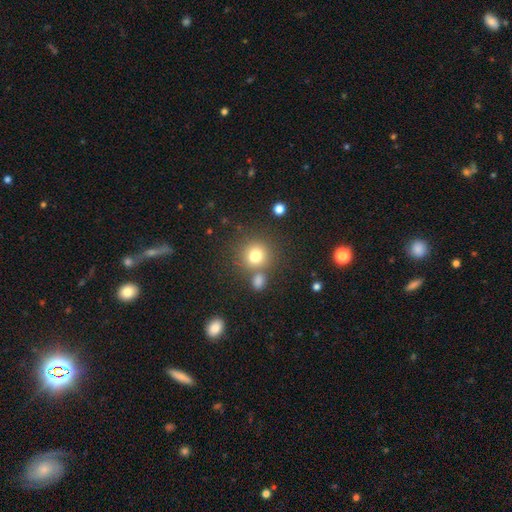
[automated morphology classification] Smooth or featured?
  - smooth: 78% *
  - star or artifact: 13%
  - featured or disk: 9%
How rounded?
  - round: 86% *
  - in between: 13%
  - cigar-shaped: 1%
Merging?
  - none: 68% *
  - merger: 18%
  - minor disturbance: 10%
  - major disturbance: 4%